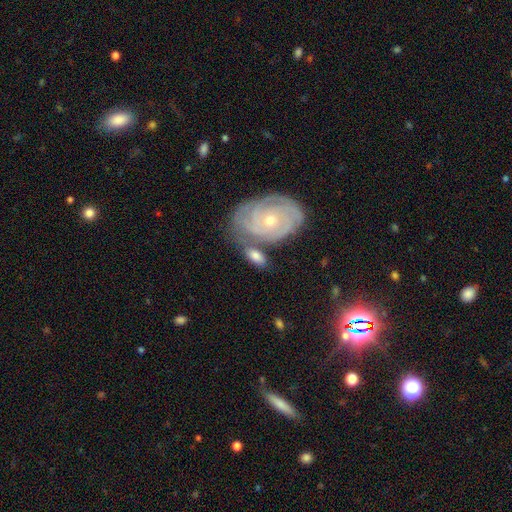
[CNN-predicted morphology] This is possibly a featured or disk galaxy (47%, tied with smooth). Merging: possibly none (55%).